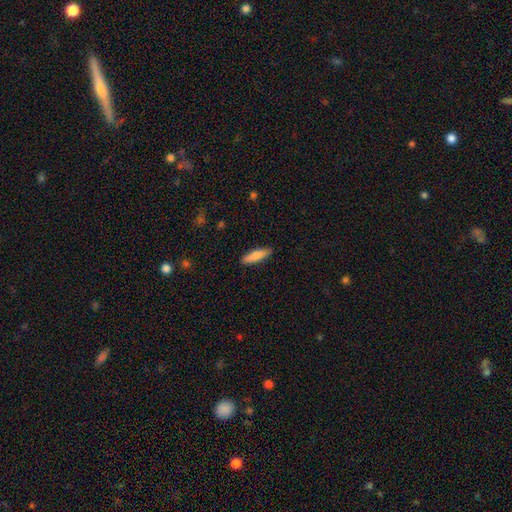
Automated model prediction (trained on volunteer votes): Smooth or featured? smooth (85%)
How rounded? cigar-shaped (63%)
Merging? none (89%)